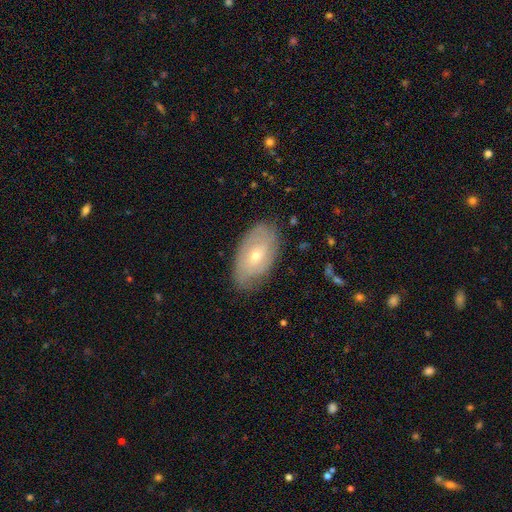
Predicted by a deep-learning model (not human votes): Smooth or featured: featured or disk — 63% (smooth — 30%)
Edge-on disk: no — 91% (yes — 9%)
Bar: no — 65% (weak — 29%)
Spiral arms: yes — 76% (no — 24%)
Bulge size: small — 59% (moderate — 38%)
Merging: none — 77% (minor disturbance — 17%)